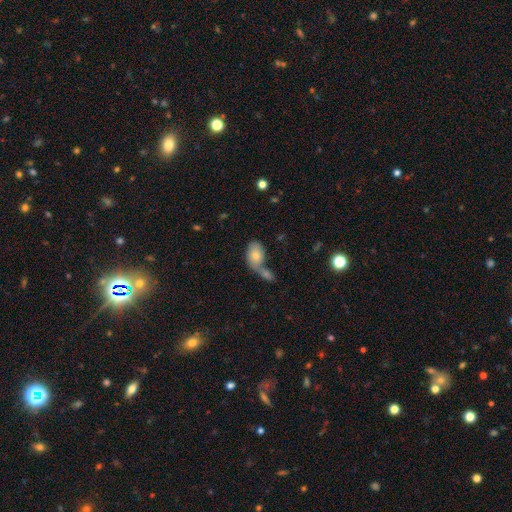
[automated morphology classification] smooth_or_featured: smooth (p=0.74) [alt: featured or disk p=0.18]
how_rounded: in between (p=0.88) [alt: round p=0.10]
merging: merger (p=0.50) [alt: none p=0.33]